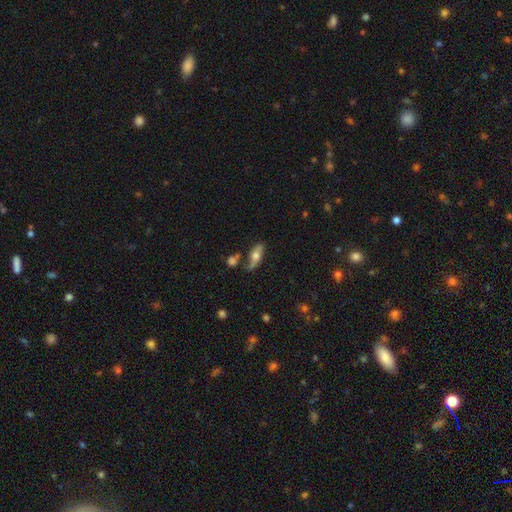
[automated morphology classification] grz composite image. It shows a featured or disk galaxy (50%). Merging: none (60%).